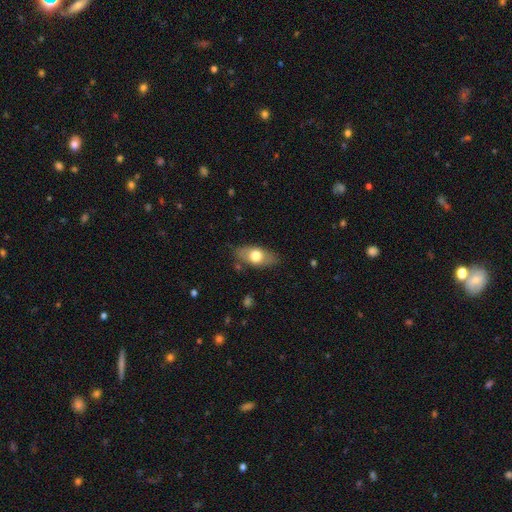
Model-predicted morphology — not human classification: Smooth or featured? smooth (65%)
How rounded? in between (87%)
Merging? none (78%)